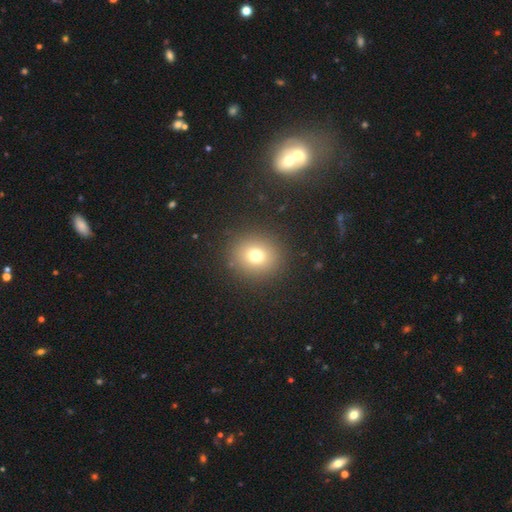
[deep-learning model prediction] smooth-or-featured: smooth: 74% | star or artifact: 16% | featured or disk: 10%
  how-rounded: round: 88% | in between: 11% | cigar-shaped: 1%
  merging: none: 89% | minor disturbance: 6% | major disturbance: 3% | merger: 1%